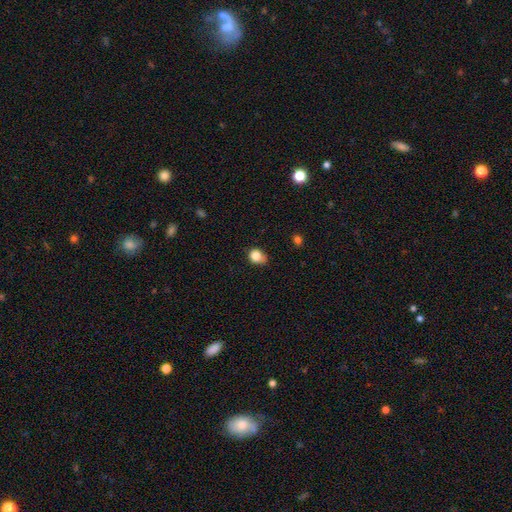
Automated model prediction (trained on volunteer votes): smooth-or-featured: smooth: 84% | star or artifact: 10% | featured or disk: 6%
  how-rounded: round: 62% | in between: 37% | cigar-shaped: 1%
  merging: none: 53% | minor disturbance: 36% | major disturbance: 8% | merger: 3%